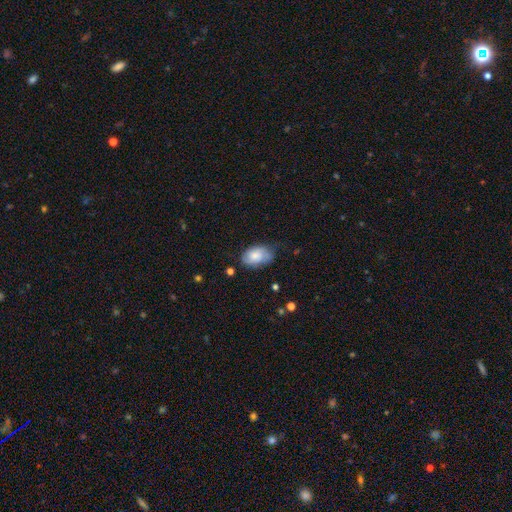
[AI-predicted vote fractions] Morphology: type=smooth (66%); roundness=in between (89%); merging=none (57%).